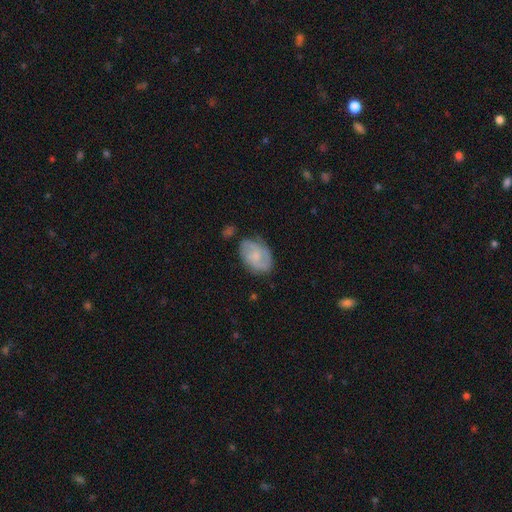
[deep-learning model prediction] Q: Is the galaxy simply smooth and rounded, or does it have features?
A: featured or disk — 53%.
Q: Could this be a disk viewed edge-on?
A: no — 97%.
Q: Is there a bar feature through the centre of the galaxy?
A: no — 64%.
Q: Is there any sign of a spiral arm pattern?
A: yes — 79%.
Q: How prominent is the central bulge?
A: small — 48%.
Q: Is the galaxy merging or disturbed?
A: none — 68%.